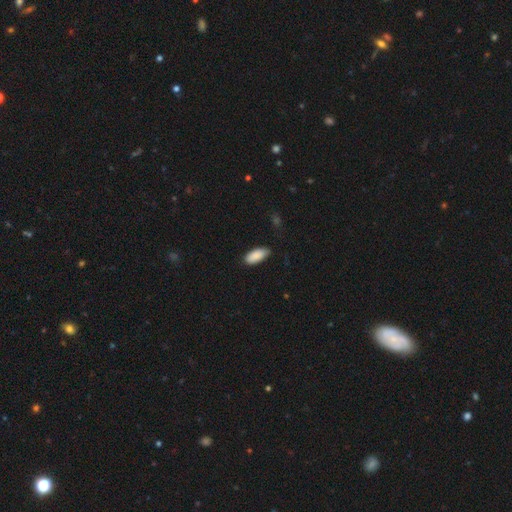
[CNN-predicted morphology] This is clearly a smooth galaxy (90%). How rounded: clearly in between (88%). Merging: clearly none (82%).